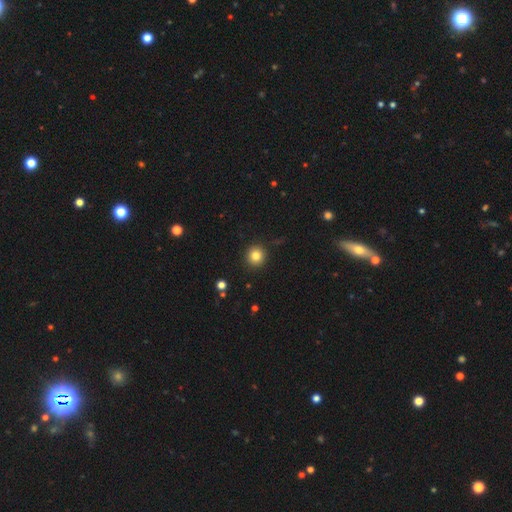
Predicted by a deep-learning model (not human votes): Smooth or featured? smooth (82%)
How rounded? round (94%)
Merging? none (91%)